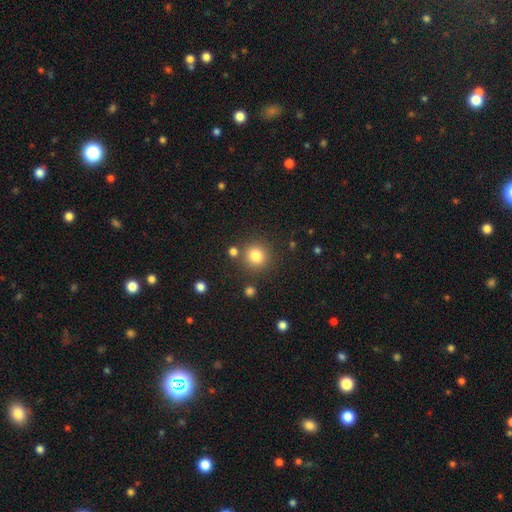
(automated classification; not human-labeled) The model was most divided on "smooth or featured": smooth: 82%, star or artifact: 12%, featured or disk: 6%. More confident: how rounded — round (92%); merging — none (83%).